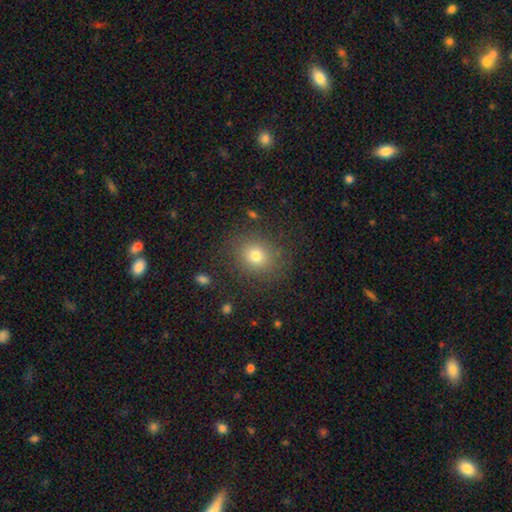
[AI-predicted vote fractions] Morphology: type=smooth (75%); roundness=round (73%); merging=none (84%).